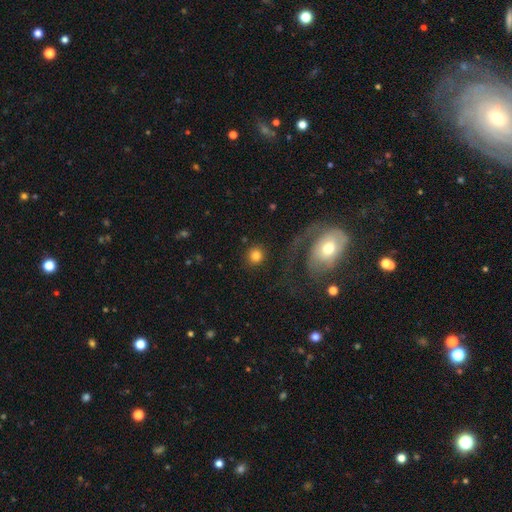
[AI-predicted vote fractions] Smooth or featured? smooth (79%)
How rounded? round (91%)
Merging? none (82%)